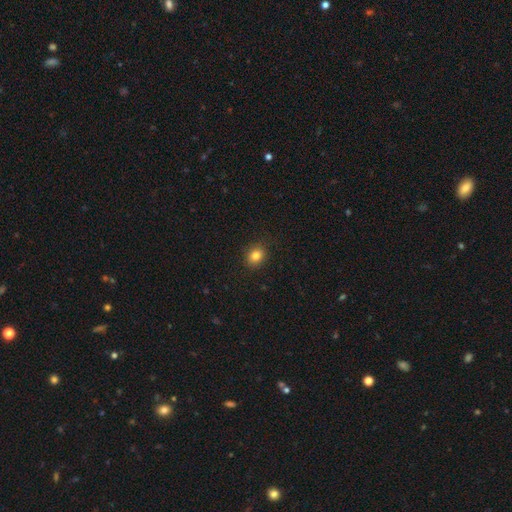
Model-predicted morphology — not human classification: Smooth or featured?
  - smooth: 82% *
  - star or artifact: 12%
  - featured or disk: 6%
How rounded?
  - round: 62% *
  - in between: 37%
  - cigar-shaped: 1%
Merging?
  - none: 89% *
  - minor disturbance: 8%
  - major disturbance: 2%
  - merger: 1%